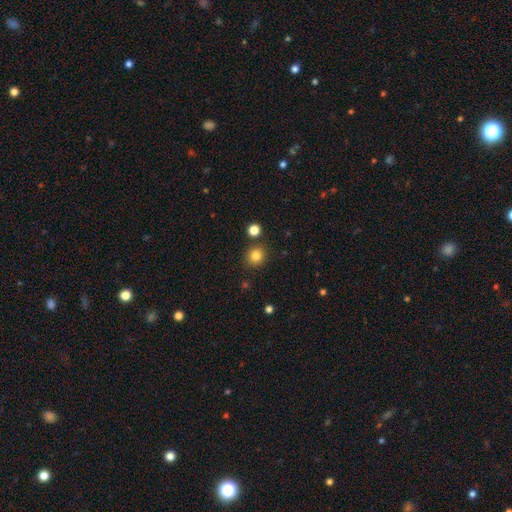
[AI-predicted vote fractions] smooth-or-featured: smooth: 83% | star or artifact: 12% | featured or disk: 5%
  how-rounded: round: 88% | in between: 11% | cigar-shaped: 1%
  merging: none: 86% | minor disturbance: 7% | merger: 5% | major disturbance: 2%